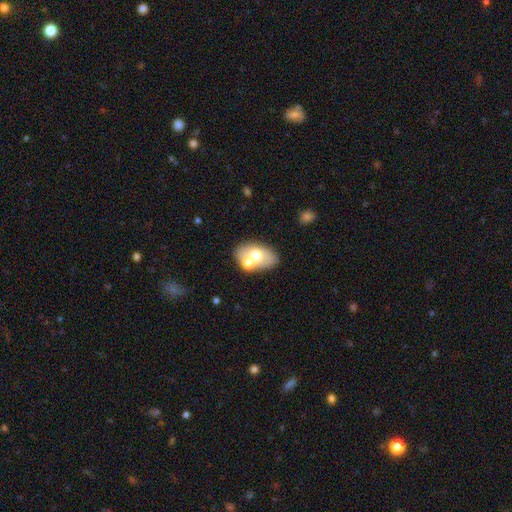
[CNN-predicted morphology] The model was most divided on "merging": none: 55%, merger: 30%, minor disturbance: 11%, major disturbance: 4%. More confident: how rounded — in between (85%); smooth or featured — smooth (62%).